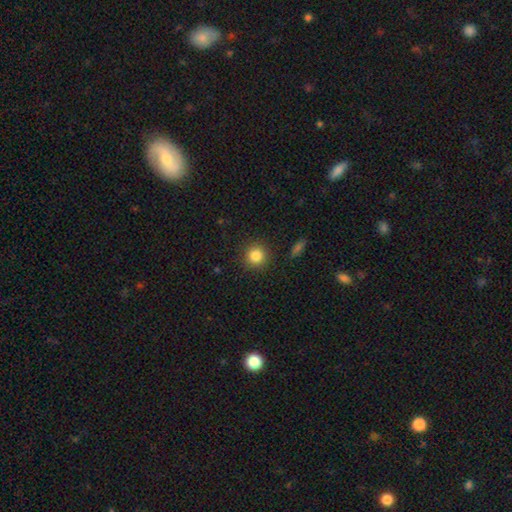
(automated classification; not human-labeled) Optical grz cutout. It shows a smooth galaxy with no disk features (85%) that is round (93%). Merging: none (90%).